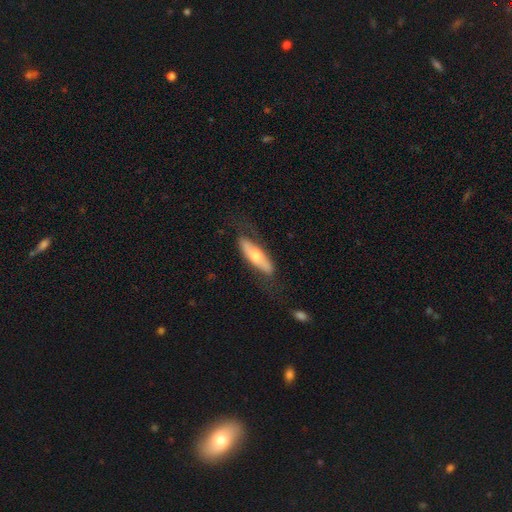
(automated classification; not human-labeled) Overall: smooth (50%; featured or disk 45%). How rounded: cigar-shaped (52%; in between 46%). Merging: none (71%).